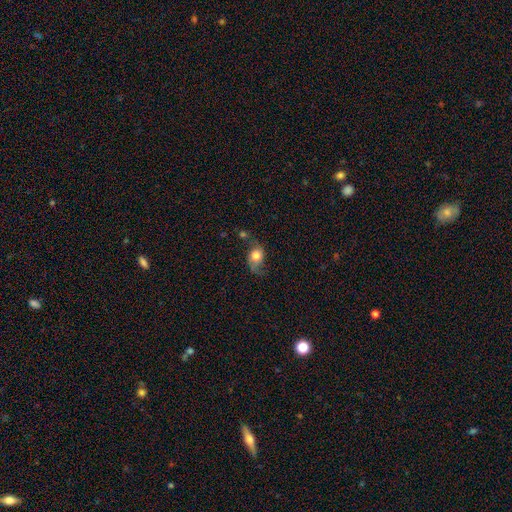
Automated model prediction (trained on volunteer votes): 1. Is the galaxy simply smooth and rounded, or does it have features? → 63% smooth, 28% featured or disk, 9% star or artifact.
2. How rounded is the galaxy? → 59% in between, 39% round, 2% cigar-shaped.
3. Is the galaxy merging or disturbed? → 45% none, 30% minor disturbance, 18% major disturbance, 7% merger.